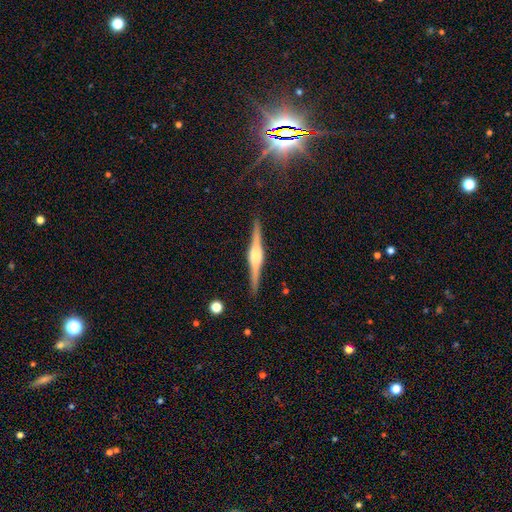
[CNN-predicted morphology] A featured or disk galaxy (83%) viewed edge-on (98%) with a rounded central bulge (76%). Merging: none (91%).